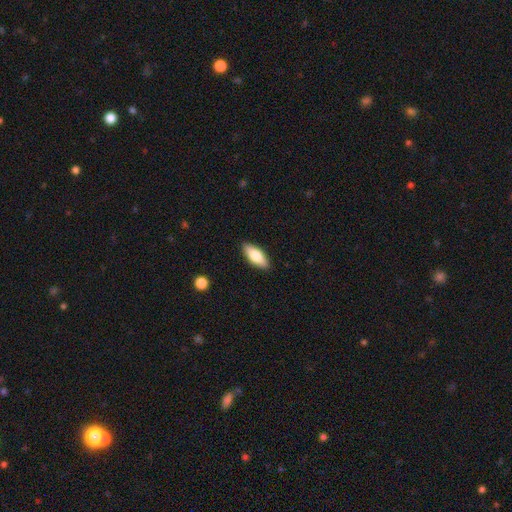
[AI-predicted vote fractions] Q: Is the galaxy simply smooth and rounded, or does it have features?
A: smooth — 74%.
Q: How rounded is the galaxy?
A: in between — 78%.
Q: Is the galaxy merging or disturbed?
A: none — 89%.